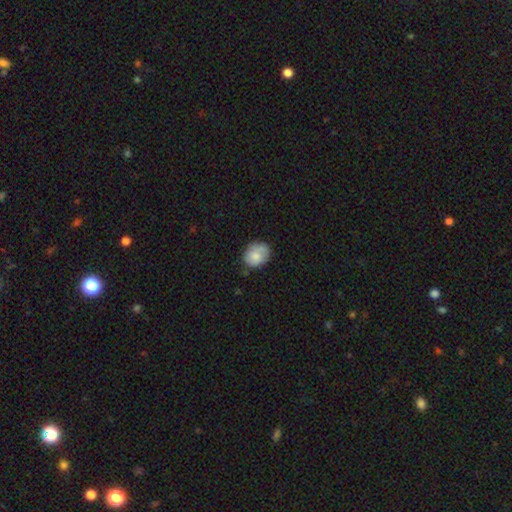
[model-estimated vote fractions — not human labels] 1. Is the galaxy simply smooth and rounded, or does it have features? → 77% smooth, 16% featured or disk, 7% star or artifact.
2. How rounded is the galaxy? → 53% round, 46% in between, 1% cigar-shaped.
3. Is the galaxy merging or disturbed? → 67% none, 25% minor disturbance, 6% major disturbance, 2% merger.